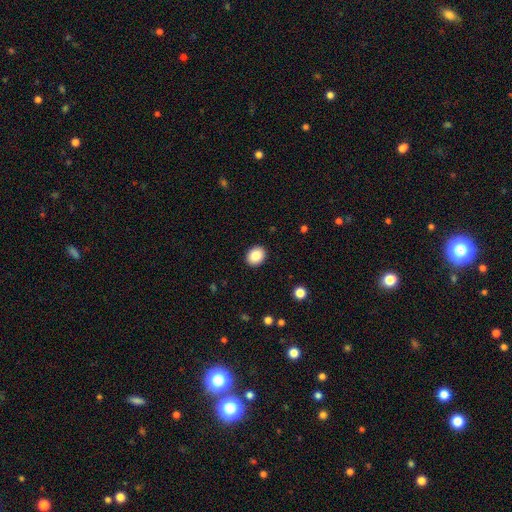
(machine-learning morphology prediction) Smooth or featured? Predicted: smooth (p=0.86). How rounded? Predicted: round (p=0.56). Merging? Predicted: none (p=0.91).